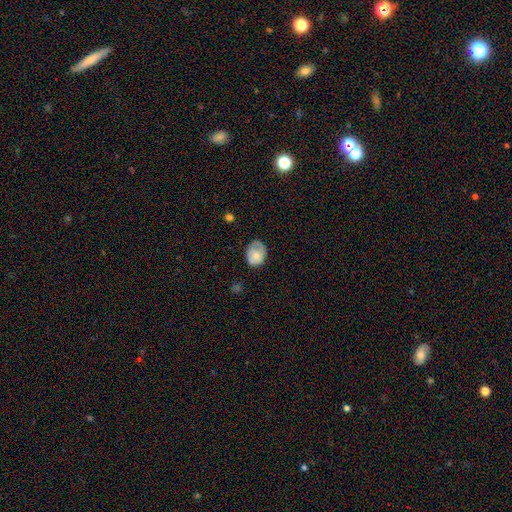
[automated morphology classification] smooth 69%, featured or disk 24%, star or artifact 7%. Down the decision tree: how rounded — in between (67%); merging — none (55%).